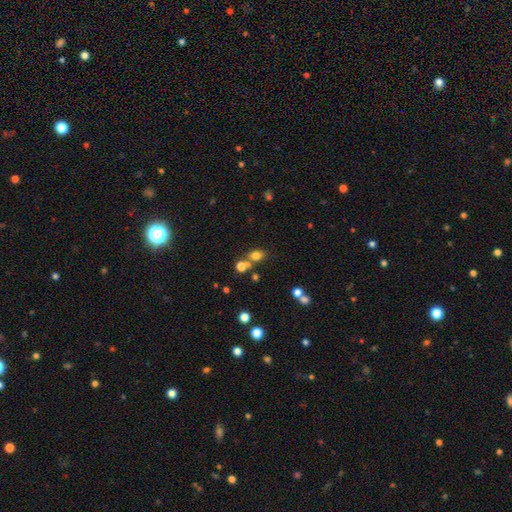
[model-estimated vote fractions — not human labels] Smooth or featured? Predicted: smooth (p=0.74). How rounded? Predicted: in between (p=0.58). Merging? Predicted: none (p=0.57).